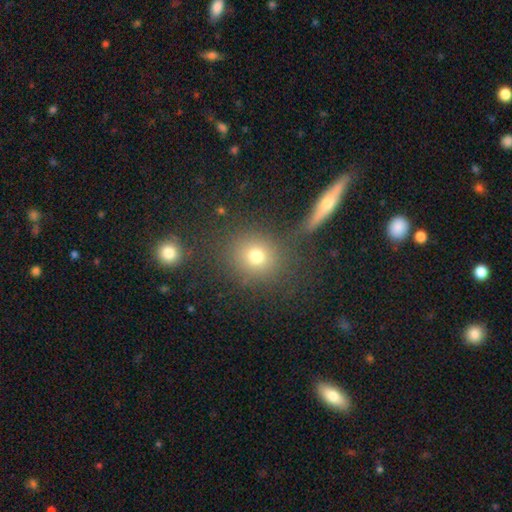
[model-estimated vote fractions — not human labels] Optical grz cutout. It shows a smooth galaxy with no disk features (71%) that is round (83%). Merging: none (81%).